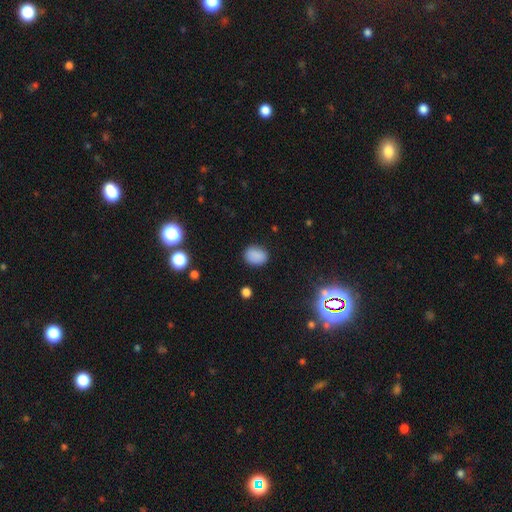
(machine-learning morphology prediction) Smooth or featured: smooth — 86% (star or artifact — 11%)
How rounded: in between — 73% (round — 26%)
Merging: none — 85% (minor disturbance — 11%)